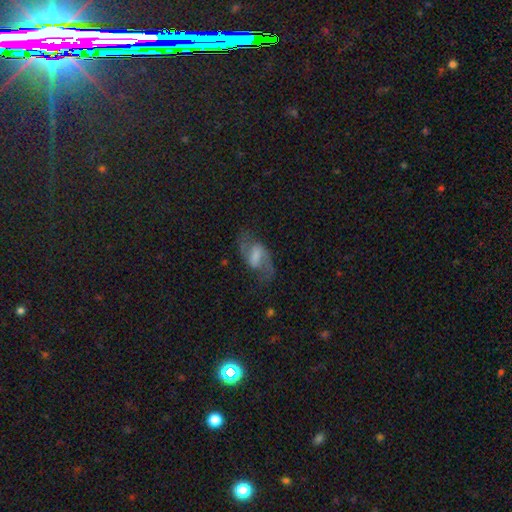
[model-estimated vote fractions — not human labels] A featured or disk galaxy (75%) with a weak bar (47%), 2 (91%) loose (47%) spiral arms (91%) and a moderate central bulge (29%, tied with none).

Vote fractions:
- Smooth or featured? featured or disk: 75% / smooth: 17% / star or artifact: 8%
- Edge-on disk? no: 96% / yes: 4%
- Bar? weak: 47% / strong: 38% / no: 14%
- Spiral arms? yes: 91% / no: 9%
- Spiral winding? loose: 47% / medium: 44% / tight: 10%
- Spiral arm count? 2: 91% / can't tell: 4% / 1: 2% / 3: 1% / 4: 1% / more than 4: 1%
- Bulge size? moderate: 29% (tied) / none: 29% (tied) / small: 26% / large: 14% / dominant: 2%
- Merging? none: 72% / minor disturbance: 15% / major disturbance: 11% / merger: 2%